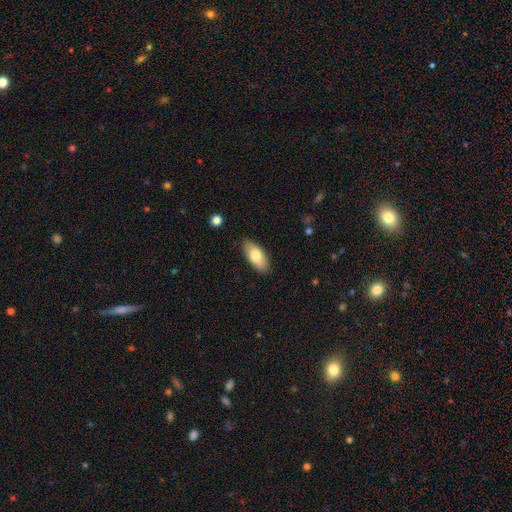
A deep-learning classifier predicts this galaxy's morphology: Q: Smooth or featured?
A: smooth (74%); runner-up: featured or disk (20%)
Q: How rounded?
A: in between (84%); runner-up: cigar-shaped (13%)
Q: Merging?
A: none (86%); runner-up: minor disturbance (11%)